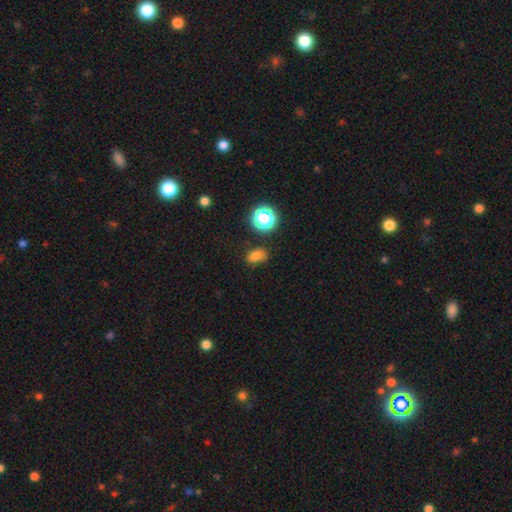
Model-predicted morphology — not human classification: Smooth or featured: smooth — 75% (star or artifact — 19%)
How rounded: in between — 75% (round — 23%)
Merging: none — 68% (minor disturbance — 22%)